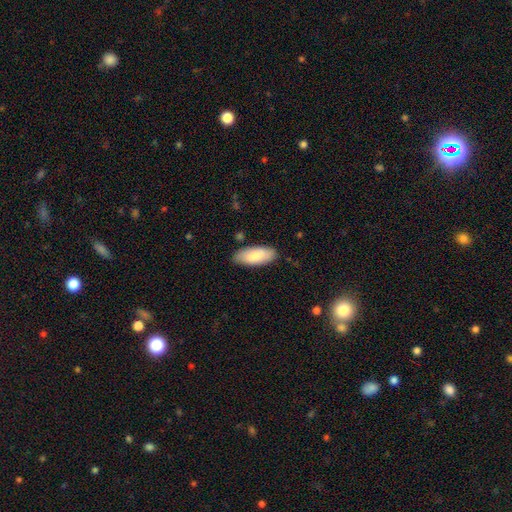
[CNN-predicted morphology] Overall: smooth (81%). How rounded: in between (85%). Merging: none (83%).